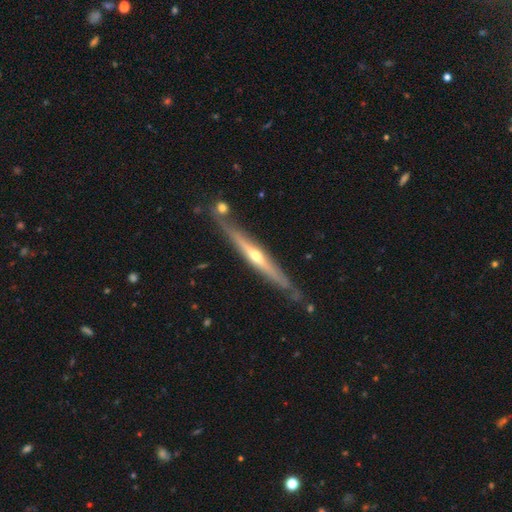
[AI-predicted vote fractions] The model was most divided on "smooth or featured": featured or disk: 78%, smooth: 17%, star or artifact: 5%. More confident: edge-on disk — yes (95%); edge-on bulge — rounded (80%); merging — none (77%).